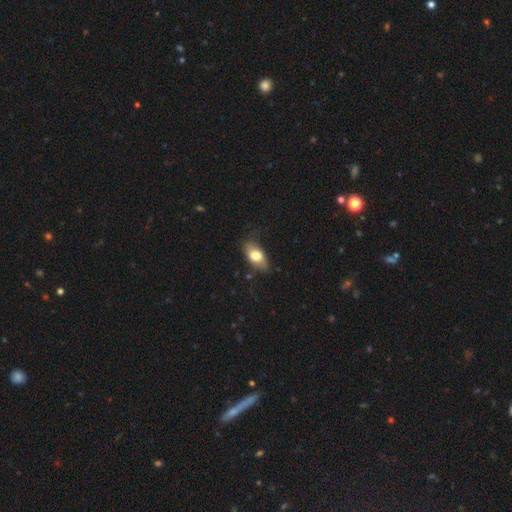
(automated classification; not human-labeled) This appears to be a smooth galaxy with no disk features (73%) that is in between round and cigar-shaped (88%). Merging: none (69%).